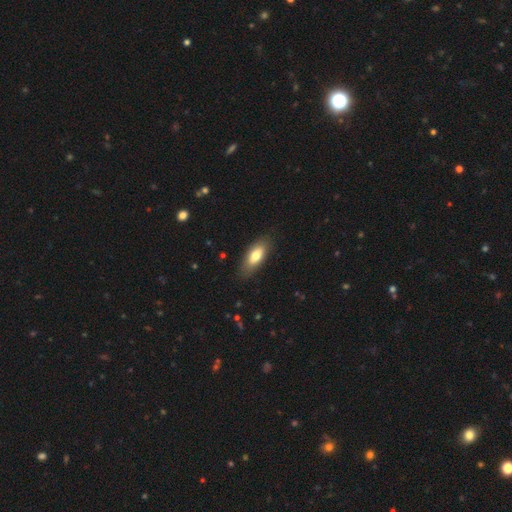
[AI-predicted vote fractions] This is likely a smooth galaxy (76%). How rounded: clearly in between (81%). Merging: clearly none (83%).